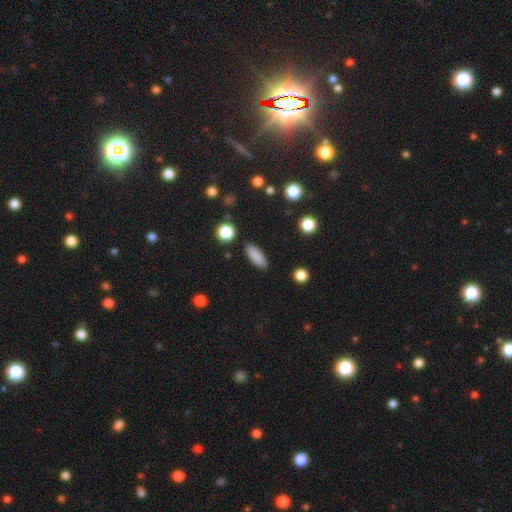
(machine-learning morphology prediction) Overall: smooth (86%). How rounded: in between (65%; cigar-shaped 32%). Merging: none (88%).